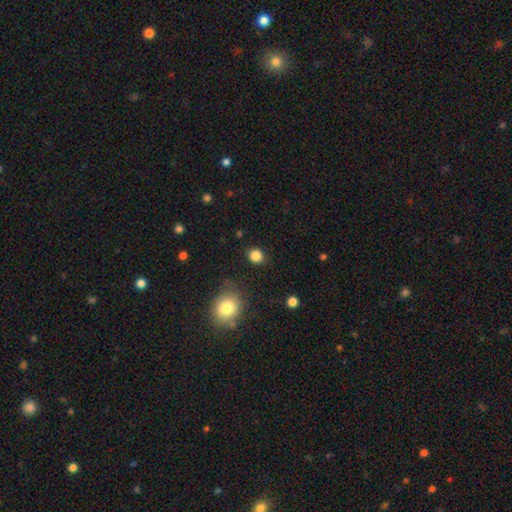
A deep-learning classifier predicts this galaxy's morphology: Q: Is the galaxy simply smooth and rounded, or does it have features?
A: smooth — 85%.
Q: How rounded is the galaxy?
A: round — 81%.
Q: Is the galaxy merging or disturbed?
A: none — 87%.